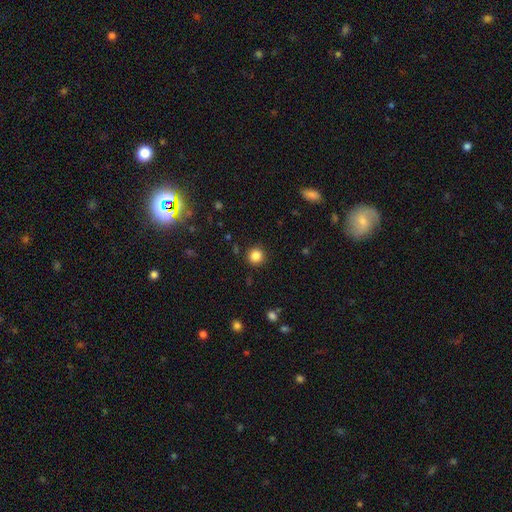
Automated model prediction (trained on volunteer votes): Smooth or featured?
  - smooth: 84% *
  - star or artifact: 12%
  - featured or disk: 4%
How rounded?
  - round: 94% *
  - in between: 5%
  - cigar-shaped: 1%
Merging?
  - none: 91% *
  - minor disturbance: 6%
  - major disturbance: 2%
  - merger: 1%